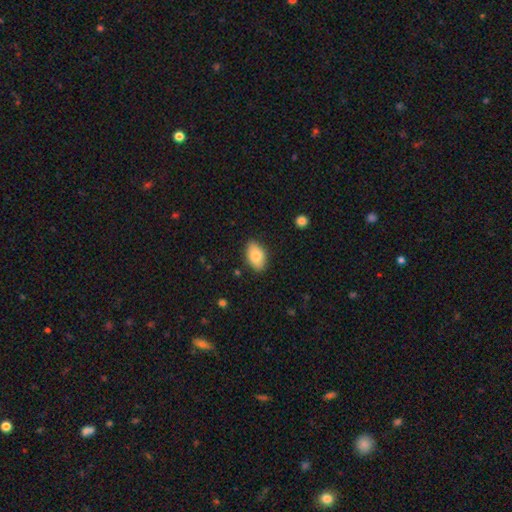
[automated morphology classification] This appears to be a smooth galaxy with no disk features (81%) that is in between round and cigar-shaped (92%). Merging: none (85%).